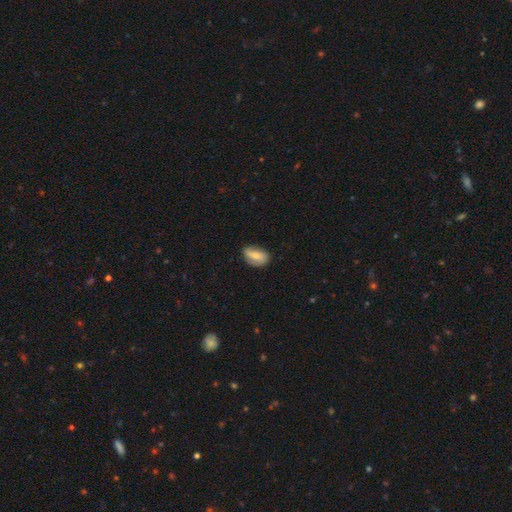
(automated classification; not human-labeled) Smooth or featured?
  - smooth: 60% *
  - featured or disk: 33%
  - star or artifact: 7%
How rounded?
  - in between: 88% *
  - round: 9%
  - cigar-shaped: 3%
Merging?
  - none: 66% *
  - minor disturbance: 26%
  - major disturbance: 6%
  - merger: 1%